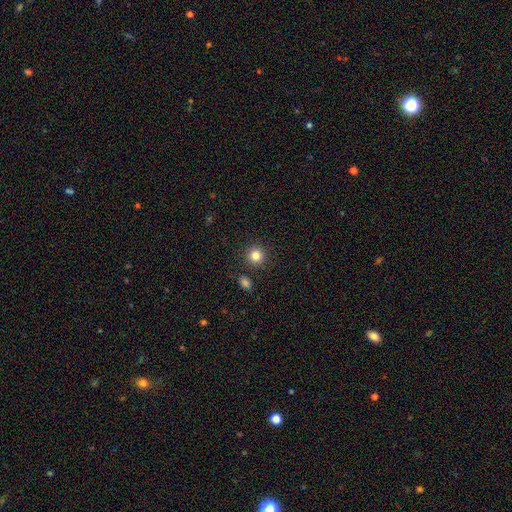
Overall: smooth (89%). How rounded: round (94%). Merging: none (89%).